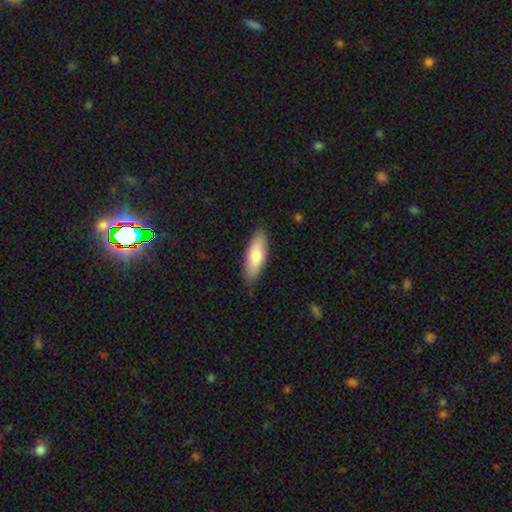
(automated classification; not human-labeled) Smooth or featured? Predicted: smooth (p=0.75). How rounded? Predicted: in between (p=0.61). Merging? Predicted: none (p=0.85).